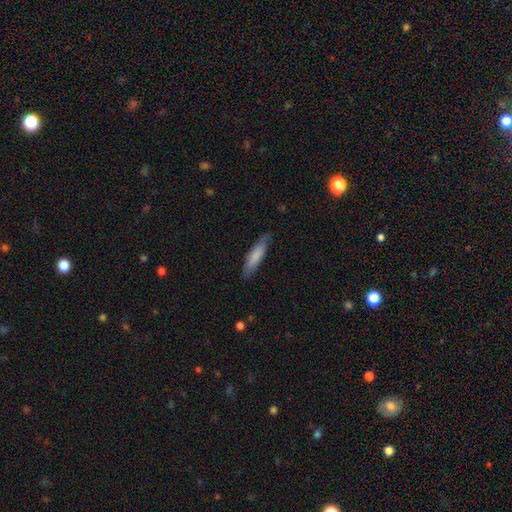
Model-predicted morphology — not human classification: Smooth or featured: smooth — 76% (featured or disk — 19%)
How rounded: cigar-shaped — 77% (in between — 22%)
Merging: none — 80% (minor disturbance — 16%)